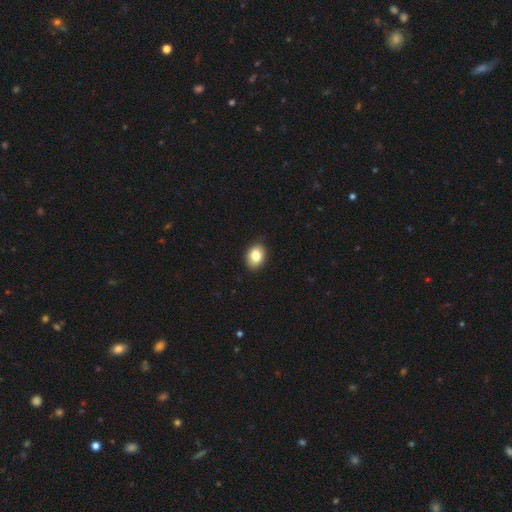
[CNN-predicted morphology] type=smooth (83%); roundness=in between (73%); merging=none (88%).